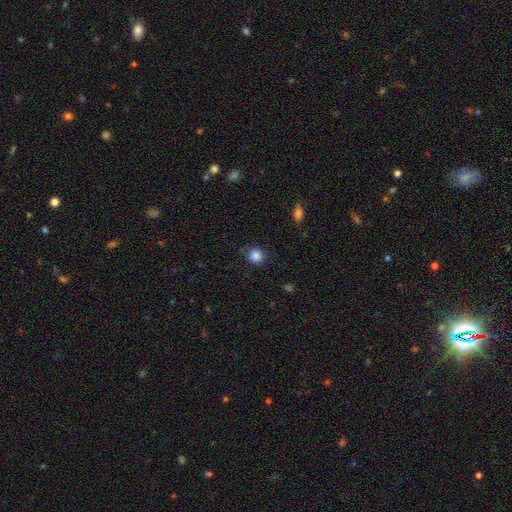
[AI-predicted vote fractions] Smooth or featured? smooth (86%)
How rounded? round (90%)
Merging? none (83%)